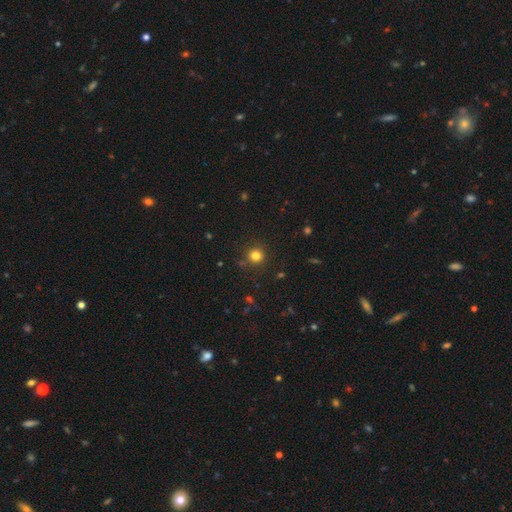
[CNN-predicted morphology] Q: Smooth or featured?
A: smooth (80%); runner-up: star or artifact (15%)
Q: How rounded?
A: round (92%); runner-up: in between (7%)
Q: Merging?
A: none (86%); runner-up: minor disturbance (8%)